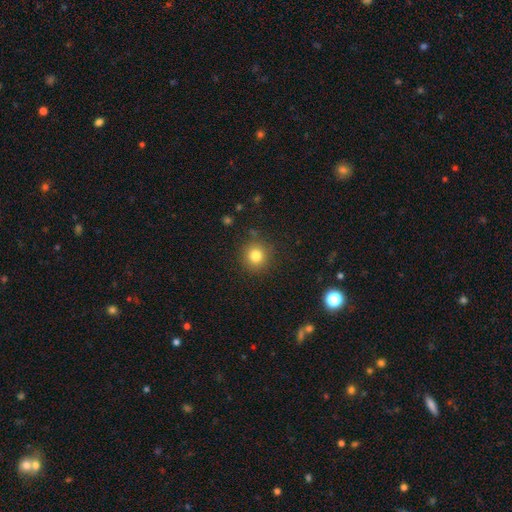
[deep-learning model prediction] Morphology: type=smooth (80%); roundness=round (93%); merging=none (88%).